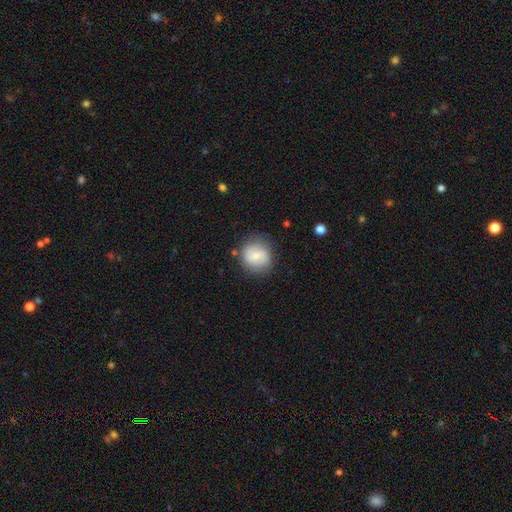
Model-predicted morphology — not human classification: smooth 65%, featured or disk 27%, star or artifact 8%. Down the decision tree: how rounded — round (85%); merging — none (76%).